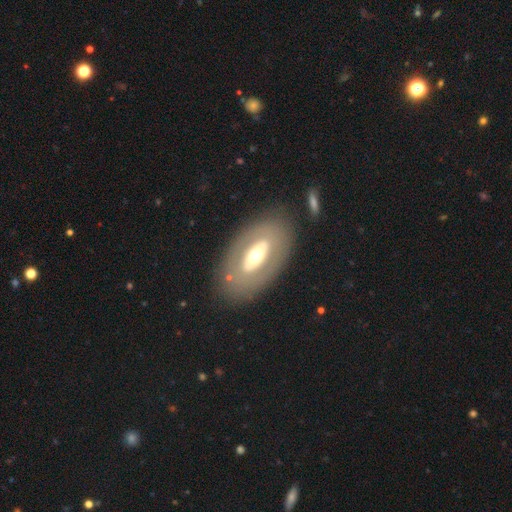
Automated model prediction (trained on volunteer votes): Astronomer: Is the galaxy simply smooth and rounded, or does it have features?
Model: featured or disk — 57% (runner-up: smooth, 37%).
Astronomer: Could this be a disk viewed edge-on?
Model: no — 86%.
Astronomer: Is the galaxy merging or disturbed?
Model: none — 81%.